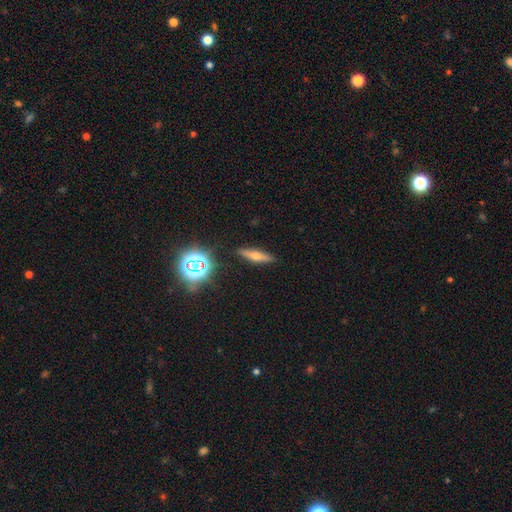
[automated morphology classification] featured or disk 47%, smooth 36%, star or artifact 17%. Down the decision tree: merging — none (89%).